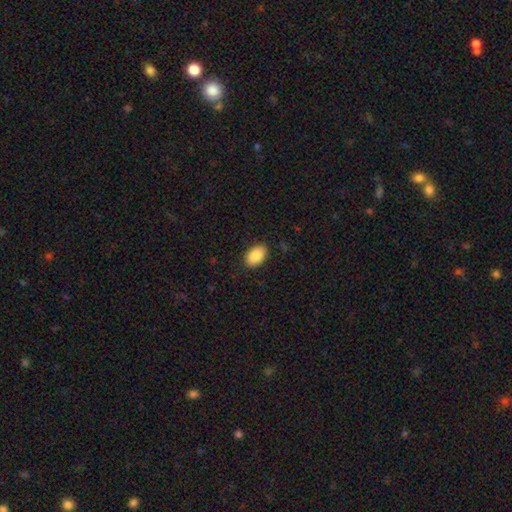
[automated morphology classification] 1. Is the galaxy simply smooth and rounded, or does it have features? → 88% smooth, 7% star or artifact, 5% featured or disk.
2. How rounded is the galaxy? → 91% in between, 7% round, 1% cigar-shaped.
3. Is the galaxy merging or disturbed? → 88% none, 9% minor disturbance, 2% major disturbance, 1% merger.